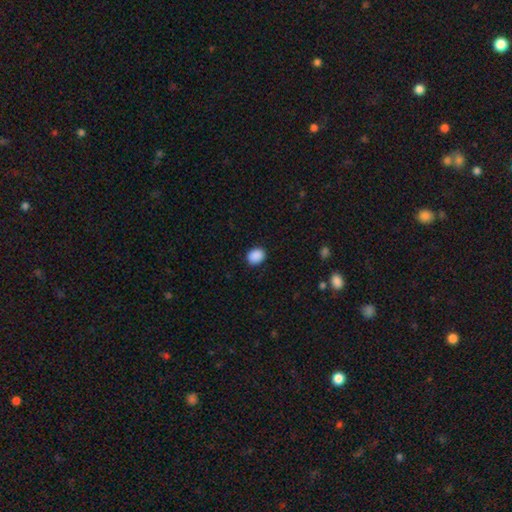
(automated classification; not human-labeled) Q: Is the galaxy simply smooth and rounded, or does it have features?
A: smooth — 90%.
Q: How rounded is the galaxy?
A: round — 50%.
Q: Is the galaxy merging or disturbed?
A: none — 90%.